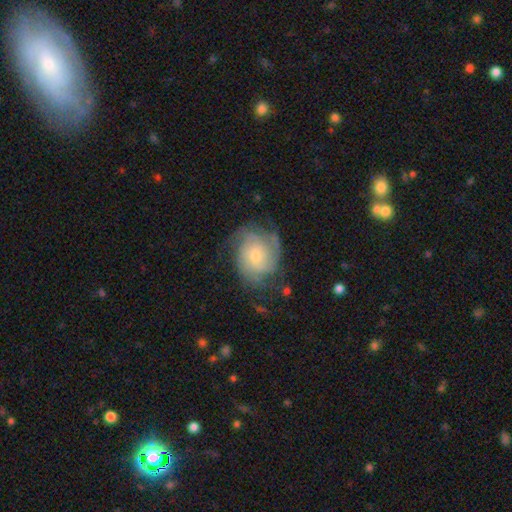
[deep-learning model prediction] Q: Smooth or featured?
A: featured or disk (71%); runner-up: smooth (23%)
Q: Edge-on disk?
A: no (98%); runner-up: yes (2%)
Q: Bar?
A: no (73%); runner-up: weak (23%)
Q: Spiral arms?
A: yes (91%); runner-up: no (9%)
Q: Spiral winding?
A: tight (53%); runner-up: medium (35%)
Q: Spiral arm count?
A: can't tell (33%); runner-up: 2 (29%)
Q: Bulge size?
A: small (64%); runner-up: moderate (28%)
Q: Merging?
A: none (61%); runner-up: minor disturbance (23%)